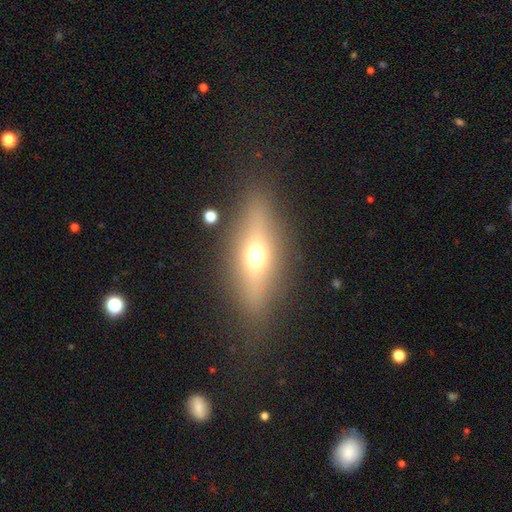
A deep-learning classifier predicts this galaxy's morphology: Smooth or featured: smooth — 51% (featured or disk — 38%)
How rounded: in between — 52% (cigar-shaped — 39%)
Merging: none — 83% (minor disturbance — 10%)